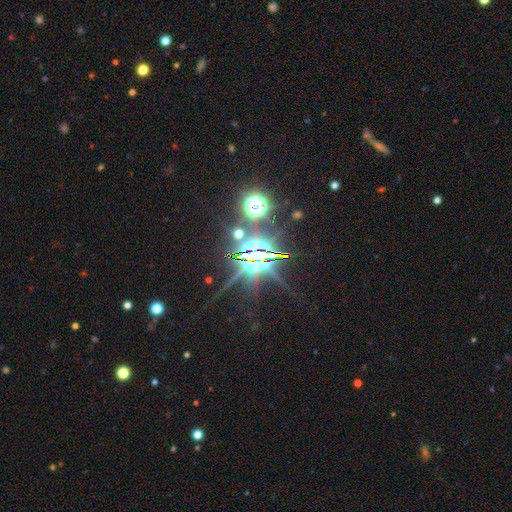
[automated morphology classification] Smooth or featured: star or artifact — 80% (featured or disk — 12%)